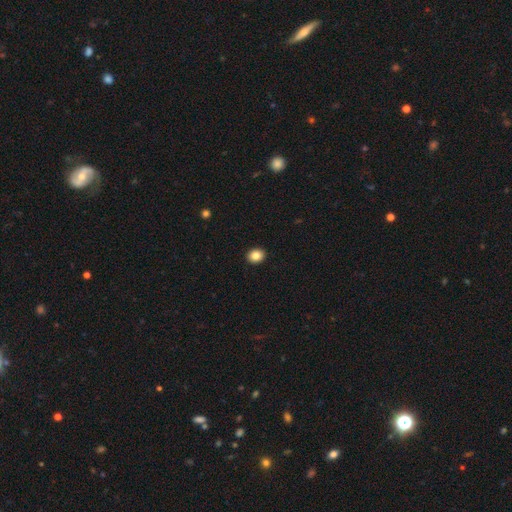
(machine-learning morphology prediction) Smooth or featured: smooth — 85% (star or artifact — 10%)
How rounded: round — 59% (in between — 40%)
Merging: none — 93% (minor disturbance — 5%)